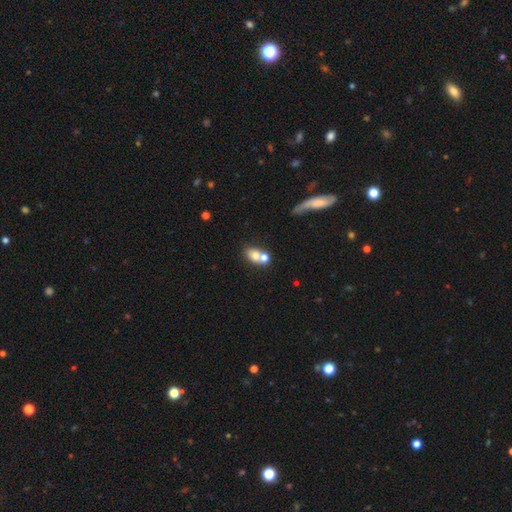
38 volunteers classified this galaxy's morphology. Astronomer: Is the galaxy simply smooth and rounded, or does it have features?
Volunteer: smooth — 68%.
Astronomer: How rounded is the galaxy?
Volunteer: in between — 69%.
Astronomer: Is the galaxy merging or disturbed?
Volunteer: merger — 64%.